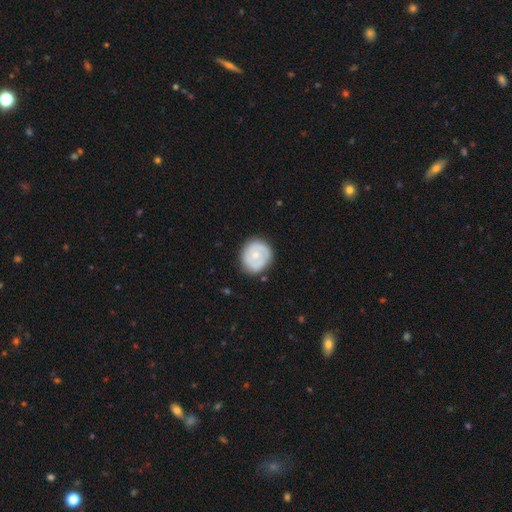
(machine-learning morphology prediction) This is possibly a featured or disk galaxy (53%). It is clearly not viewed edge-on (98%). Bar: likely no (79%). Spiral arm pattern: likely yes (66%). Central bulge: possibly small (55%). Merging: clearly none (80%).